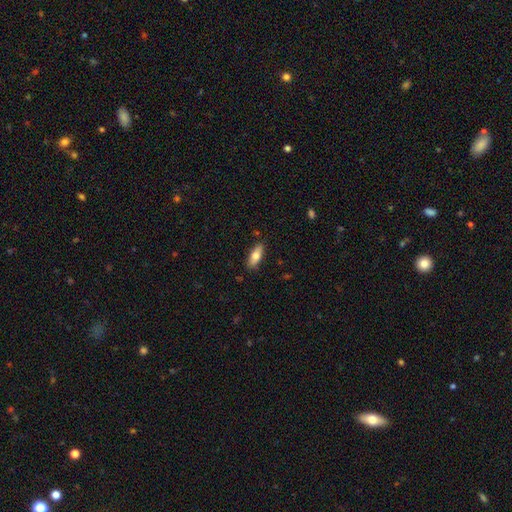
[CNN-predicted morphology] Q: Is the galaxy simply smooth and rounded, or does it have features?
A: smooth — 73%.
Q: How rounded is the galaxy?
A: in between — 70%.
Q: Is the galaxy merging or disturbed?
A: none — 86%.